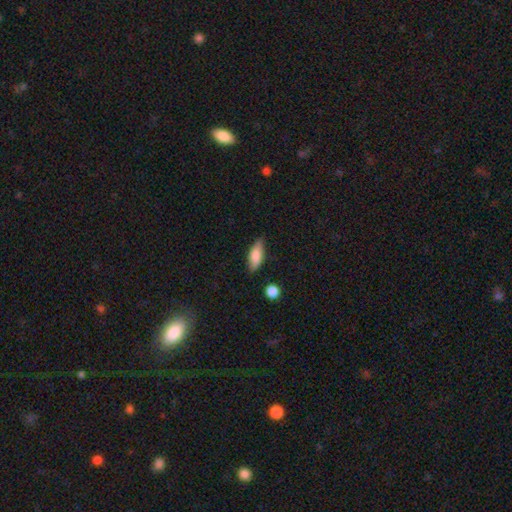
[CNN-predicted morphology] The model was most divided on "how rounded": in between: 76%, cigar-shaped: 22%, round: 3%. More confident: smooth or featured — smooth (81%); merging — none (78%).